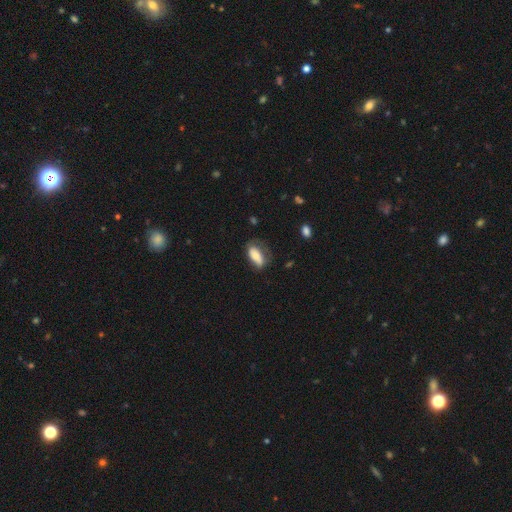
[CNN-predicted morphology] Smooth or featured?
  - smooth: 70% *
  - featured or disk: 23%
  - star or artifact: 7%
How rounded?
  - in between: 83% *
  - cigar-shaped: 13%
  - round: 4%
Merging?
  - none: 46% *
  - minor disturbance: 30%
  - major disturbance: 21%
  - merger: 3%